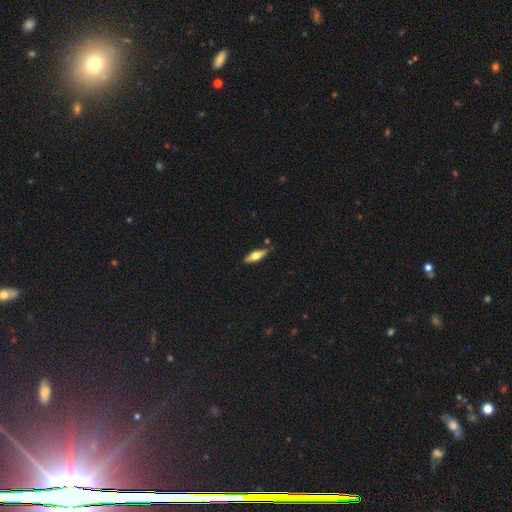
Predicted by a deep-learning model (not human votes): Morphology: type=smooth (48%); merging=none (82%).